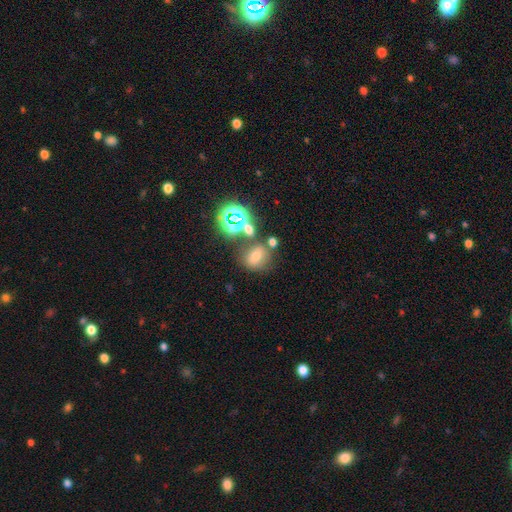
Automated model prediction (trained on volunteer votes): Smooth or featured?
  - smooth: 51% *
  - star or artifact: 34%
  - featured or disk: 15%
How rounded?
  - round: 58% *
  - in between: 40%
  - cigar-shaped: 1%
Merging?
  - none: 60% *
  - merger: 20%
  - minor disturbance: 14%
  - major disturbance: 6%